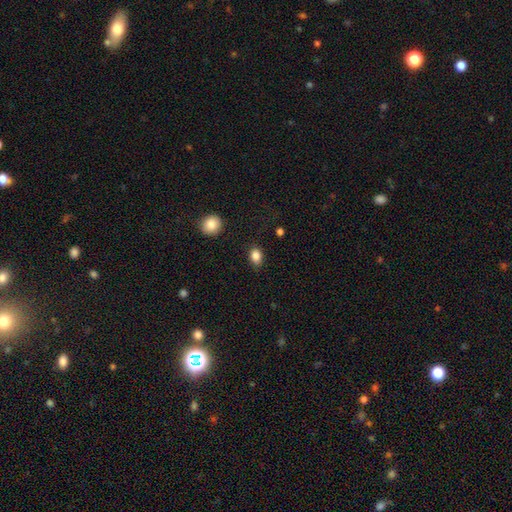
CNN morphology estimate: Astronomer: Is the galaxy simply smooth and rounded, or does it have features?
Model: smooth — 86%.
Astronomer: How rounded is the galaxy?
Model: in between — 65%.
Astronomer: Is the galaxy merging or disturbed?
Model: none — 85%.